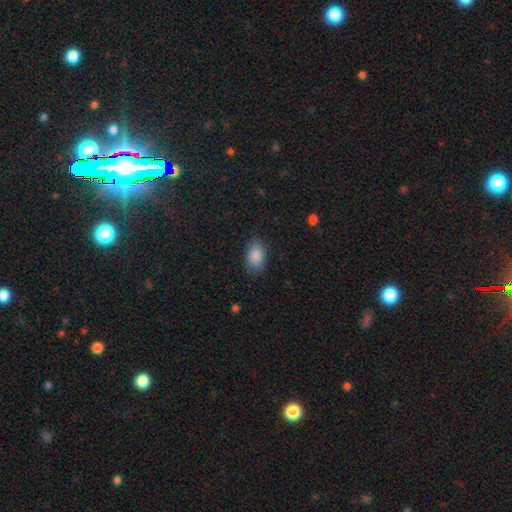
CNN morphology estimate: This is clearly a smooth galaxy (88%). How rounded: clearly in between (89%). Merging: clearly none (80%).